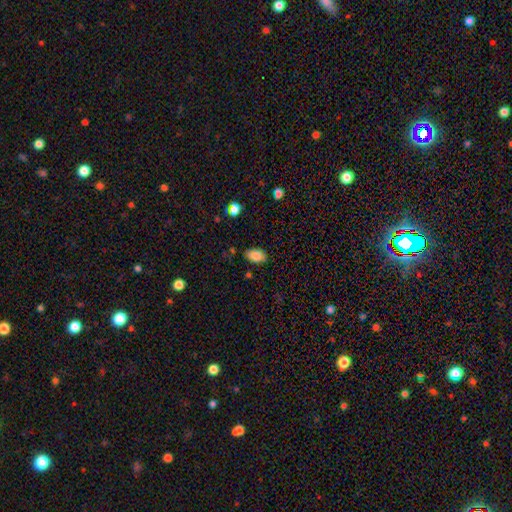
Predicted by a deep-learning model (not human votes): Smooth or featured?
  - smooth: 85% *
  - star or artifact: 8%
  - featured or disk: 7%
How rounded?
  - in between: 92% *
  - round: 7%
  - cigar-shaped: 2%
Merging?
  - none: 83% *
  - minor disturbance: 13%
  - major disturbance: 3%
  - merger: 2%